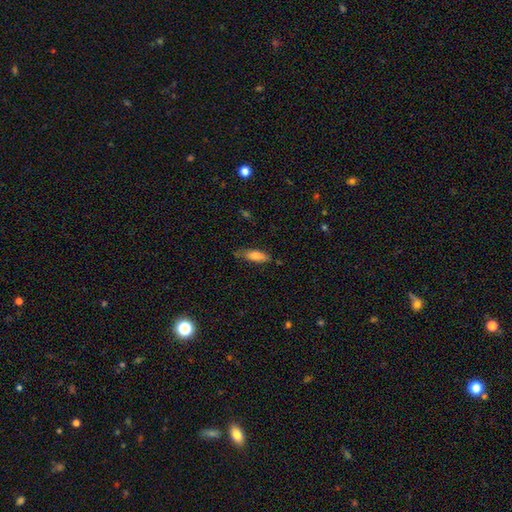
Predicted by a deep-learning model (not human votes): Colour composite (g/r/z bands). It shows a smooth galaxy with no disk features (75%) that is in between round and cigar-shaped (58%). Merging: none (67%).